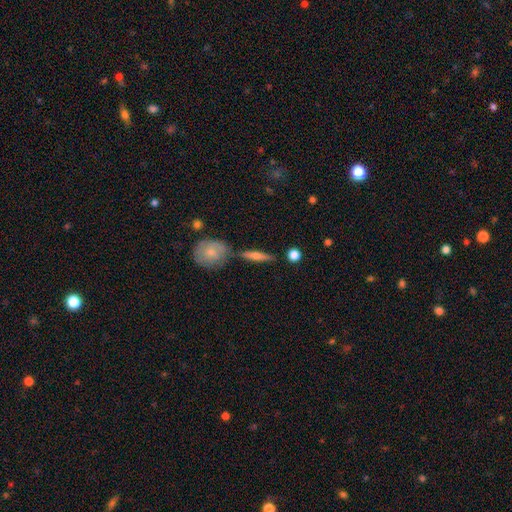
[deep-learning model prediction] The model was most divided on "smooth or featured": featured or disk: 52%, smooth: 40%, star or artifact: 7%. More confident: edge-on disk — yes (91%); merging — none (78%).